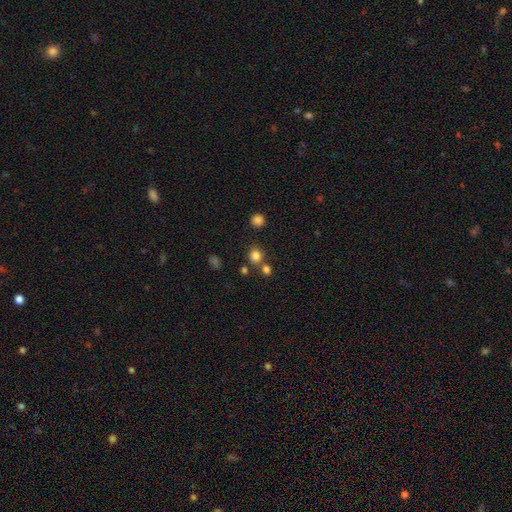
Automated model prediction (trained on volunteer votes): Overall: smooth (79%). How rounded: round (84%). Merging: none (71%).